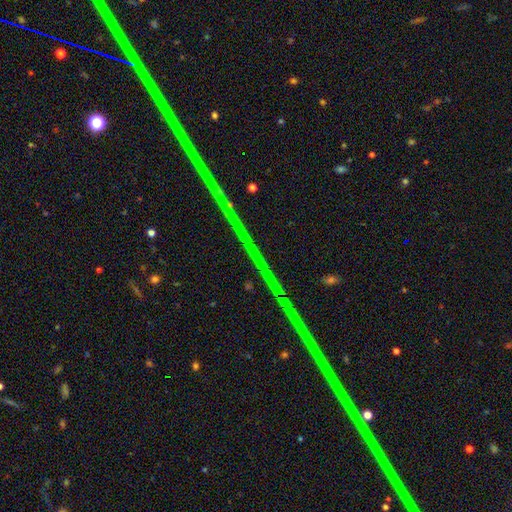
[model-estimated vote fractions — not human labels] This is clearly a star or artifact rather than a galaxy (90%).